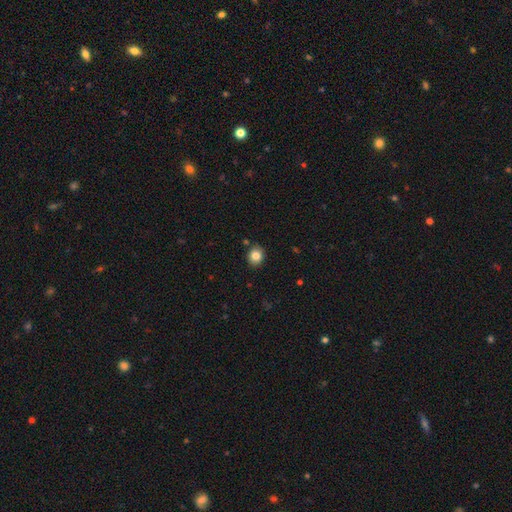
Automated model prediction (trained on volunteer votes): Smooth or featured: smooth — 83% (star or artifact — 10%)
How rounded: round — 67% (in between — 32%)
Merging: none — 86% (minor disturbance — 9%)